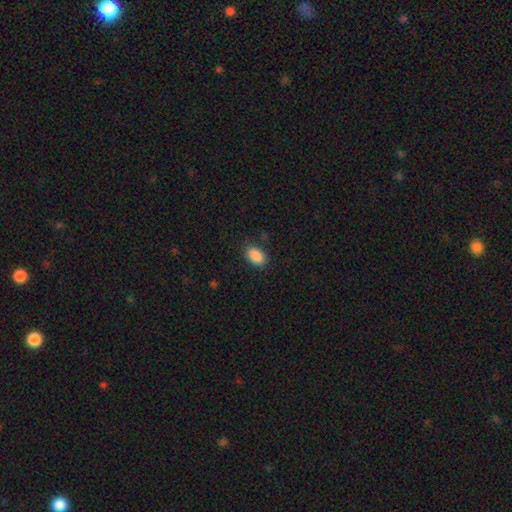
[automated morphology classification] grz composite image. It shows a smooth galaxy with no disk features (89%) that is in between round and cigar-shaped (88%). Merging: none (83%).